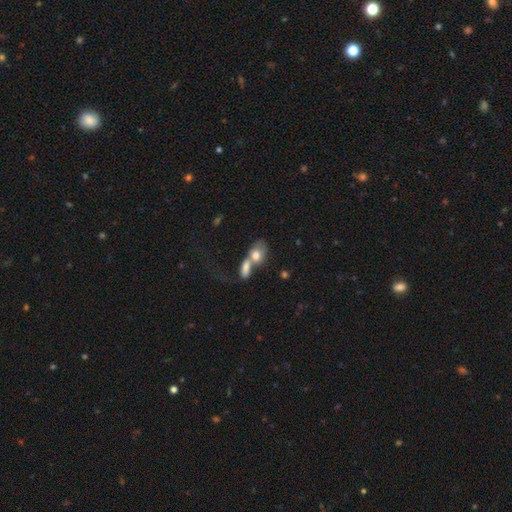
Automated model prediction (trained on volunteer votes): The model was most divided on "smooth or featured": smooth: 70%, featured or disk: 22%, star or artifact: 8%. More confident: how rounded — in between (72%); merging — merger (71%).